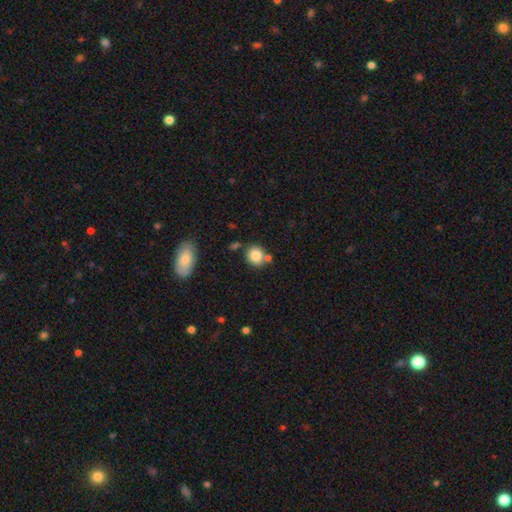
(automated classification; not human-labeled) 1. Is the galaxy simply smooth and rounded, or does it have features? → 84% smooth, 9% star or artifact, 7% featured or disk.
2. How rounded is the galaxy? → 80% round, 19% in between, 1% cigar-shaped.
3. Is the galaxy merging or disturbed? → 69% none, 16% merger, 12% minor disturbance, 3% major disturbance.